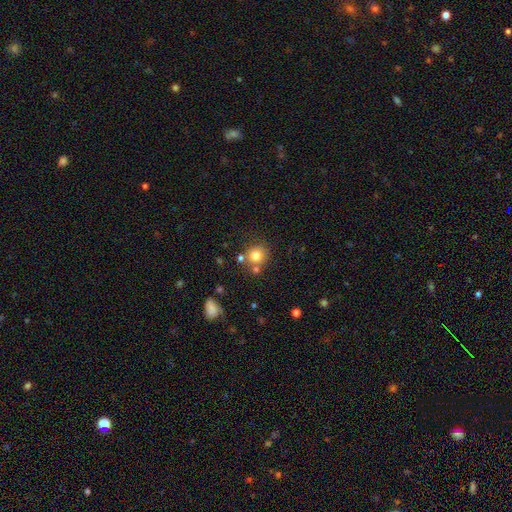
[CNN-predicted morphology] Smooth or featured? smooth (79%)
How rounded? round (87%)
Merging? none (71%)